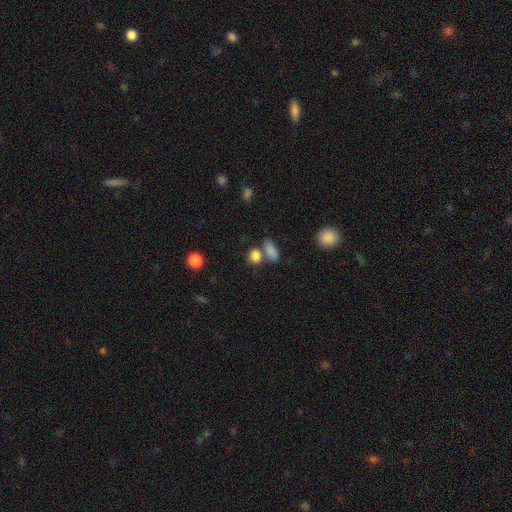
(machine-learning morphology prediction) Q: Smooth or featured?
A: smooth (83%); runner-up: star or artifact (11%)
Q: How rounded?
A: in between (53%); runner-up: round (45%)
Q: Merging?
A: none (51%); runner-up: merger (32%)